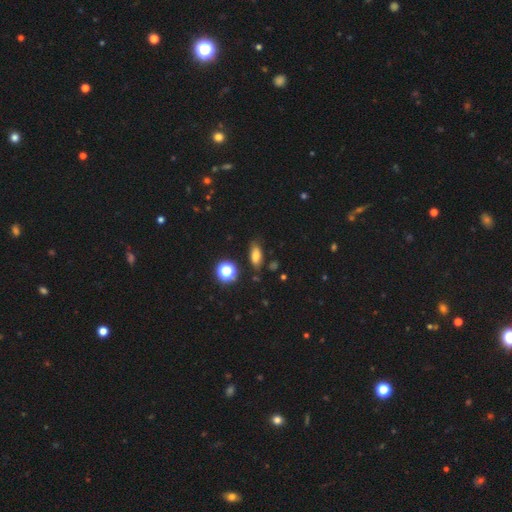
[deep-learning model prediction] A smooth galaxy with no disk features (75%) that is in between round and cigar-shaped (76%).

Vote fractions:
- Smooth or featured? smooth: 75% / star or artifact: 15% / featured or disk: 10%
- How rounded? in between: 76% / cigar-shaped: 15% / round: 9%
- Merging? none: 78% / minor disturbance: 15% / major disturbance: 4% / merger: 3%